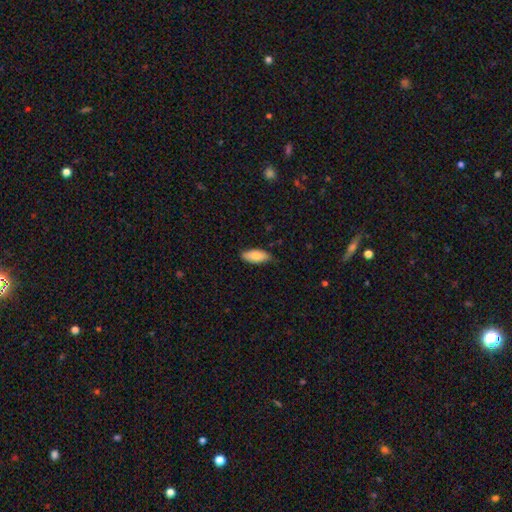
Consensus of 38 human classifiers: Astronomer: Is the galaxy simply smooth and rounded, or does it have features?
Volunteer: smooth — 71%.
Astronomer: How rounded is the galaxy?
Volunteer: in between — 89%.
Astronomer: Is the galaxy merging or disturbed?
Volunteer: none — 78%.